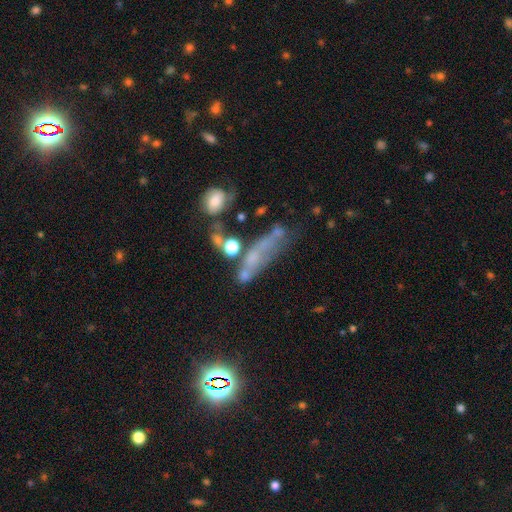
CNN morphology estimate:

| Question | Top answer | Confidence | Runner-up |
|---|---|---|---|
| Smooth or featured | smooth | 40% | featured or disk (38%) |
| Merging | none | 31% | major disturbance (26%) |